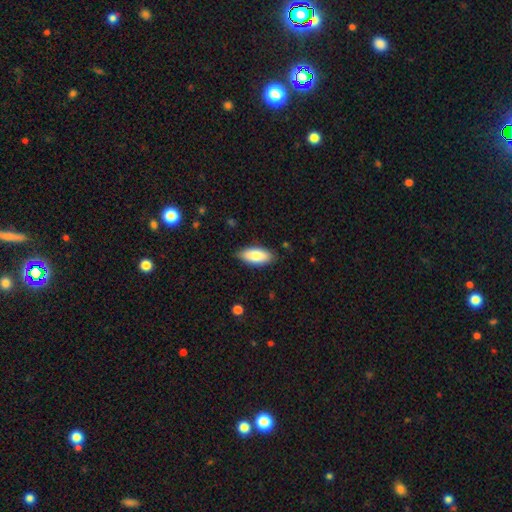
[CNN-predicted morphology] Overall: smooth (82%). How rounded: in between (88%). Merging: none (84%).